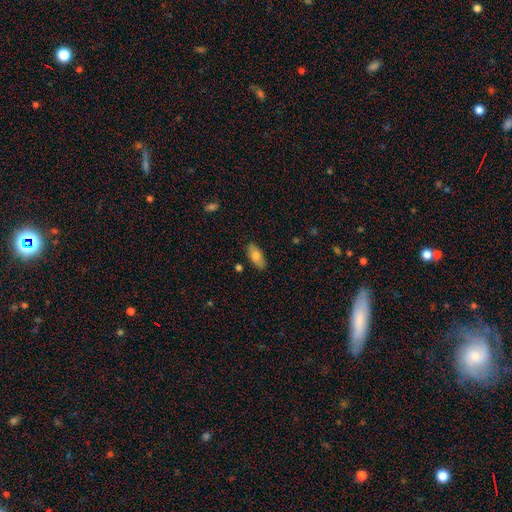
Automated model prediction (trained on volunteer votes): Smooth or featured: smooth — 75% (featured or disk — 19%)
How rounded: in between — 89% (cigar-shaped — 9%)
Merging: none — 86% (minor disturbance — 11%)